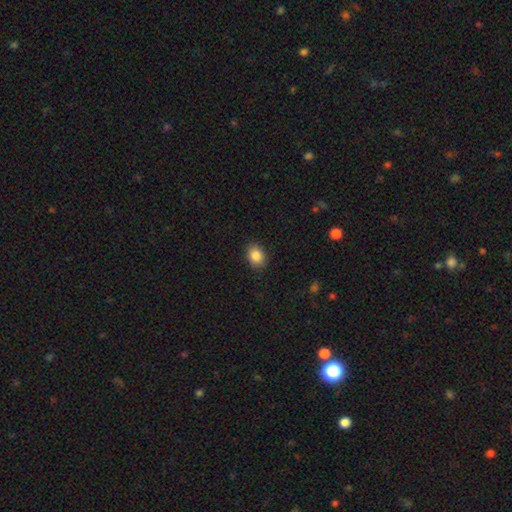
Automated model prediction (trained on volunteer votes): smooth 86%, star or artifact 9%, featured or disk 5%. Down the decision tree: how rounded — in between (57%); merging — none (88%).